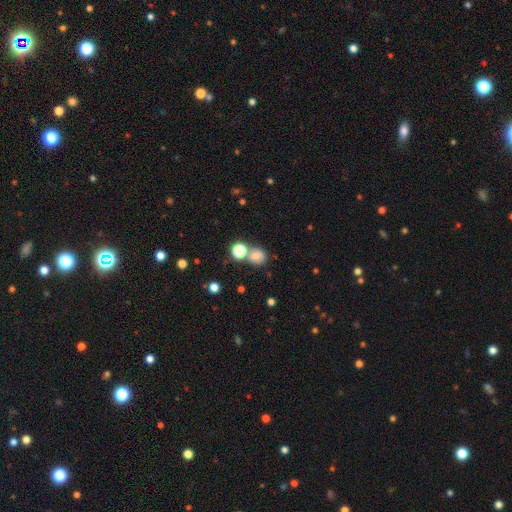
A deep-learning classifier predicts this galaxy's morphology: A smooth galaxy with no disk features (71%) that is round (73%). Merging: none (56%).